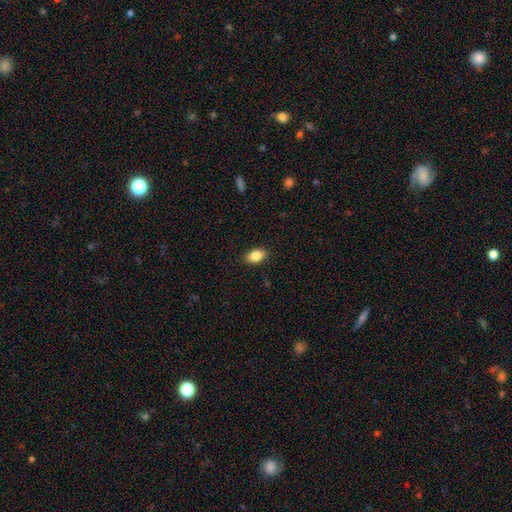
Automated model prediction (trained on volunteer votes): Smooth or featured? Predicted: smooth (p=0.86). How rounded? Predicted: in between (p=0.89). Merging? Predicted: none (p=0.89).